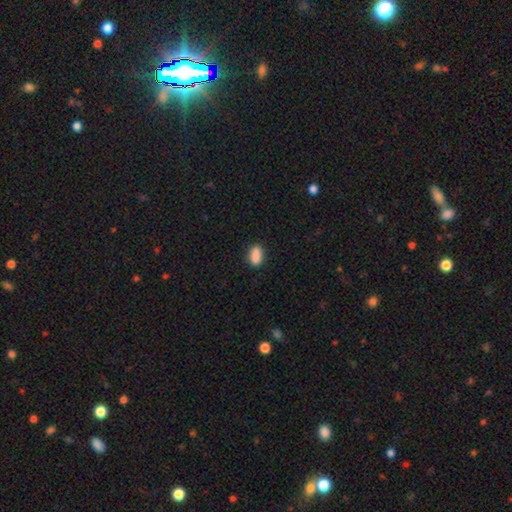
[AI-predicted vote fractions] A smooth galaxy with no disk features (89%) that is in between round and cigar-shaped (89%). Merging: none (87%).